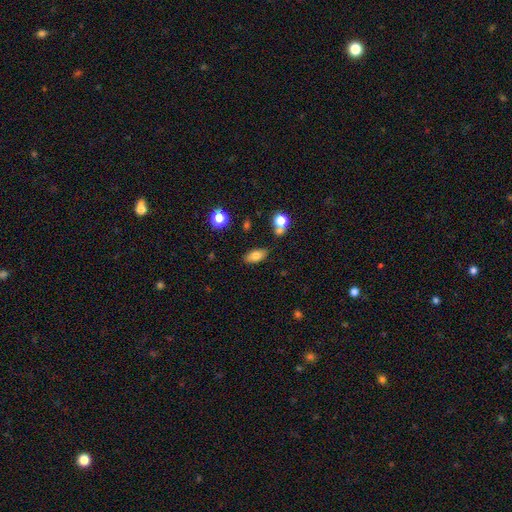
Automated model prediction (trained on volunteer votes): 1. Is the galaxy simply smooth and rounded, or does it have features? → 77% smooth, 13% featured or disk, 10% star or artifact.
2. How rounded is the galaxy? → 87% in between, 8% cigar-shaped, 5% round.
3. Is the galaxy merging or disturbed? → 77% none, 13% minor disturbance, 6% merger, 3% major disturbance.